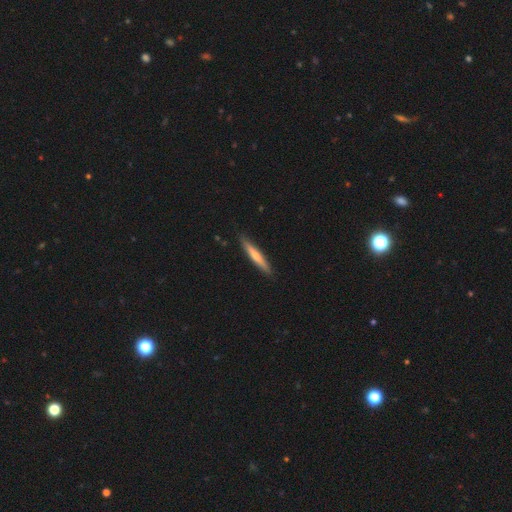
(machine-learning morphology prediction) Q: Smooth or featured?
A: smooth (58%); runner-up: featured or disk (36%)
Q: How rounded?
A: cigar-shaped (94%); runner-up: in between (5%)
Q: Merging?
A: none (89%); runner-up: minor disturbance (8%)